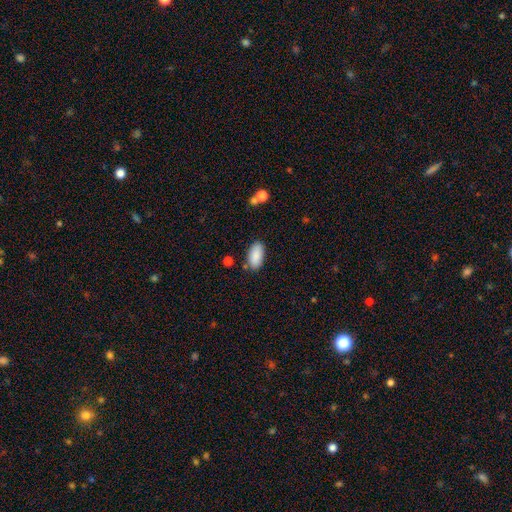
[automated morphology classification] Overall: smooth (89%). How rounded: in between (93%). Merging: none (82%).